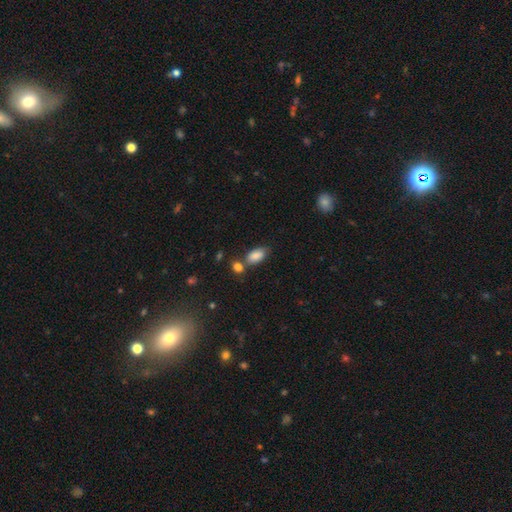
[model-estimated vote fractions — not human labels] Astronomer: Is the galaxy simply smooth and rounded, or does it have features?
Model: smooth — 85%.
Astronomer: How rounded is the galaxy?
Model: in between — 92%.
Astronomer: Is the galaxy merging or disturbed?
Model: none — 60%.